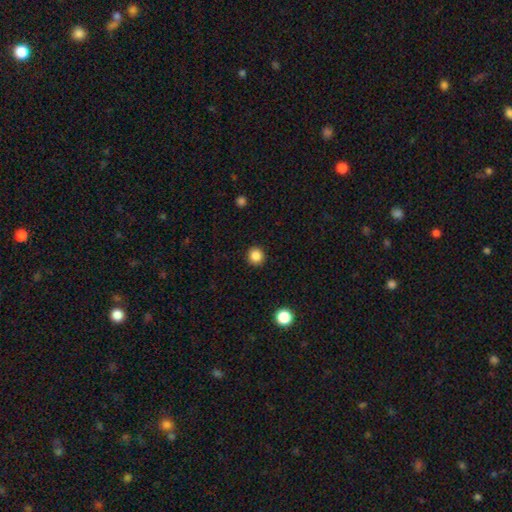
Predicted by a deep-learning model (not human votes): smooth 85%, star or artifact 11%, featured or disk 3%. Down the decision tree: how rounded — round (93%); merging — none (92%).